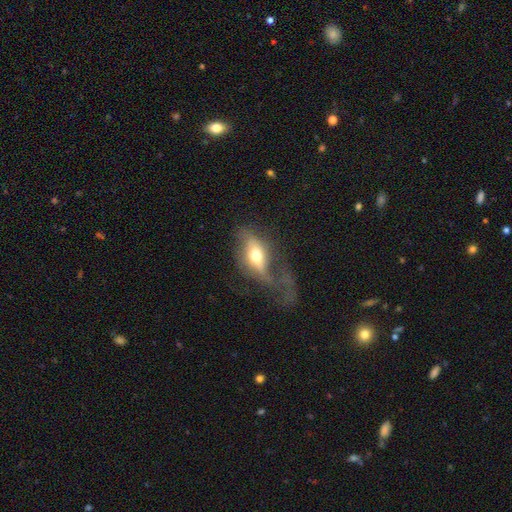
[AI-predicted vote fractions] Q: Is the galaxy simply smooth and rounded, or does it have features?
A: featured or disk — 49%.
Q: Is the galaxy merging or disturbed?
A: major disturbance — 54%.